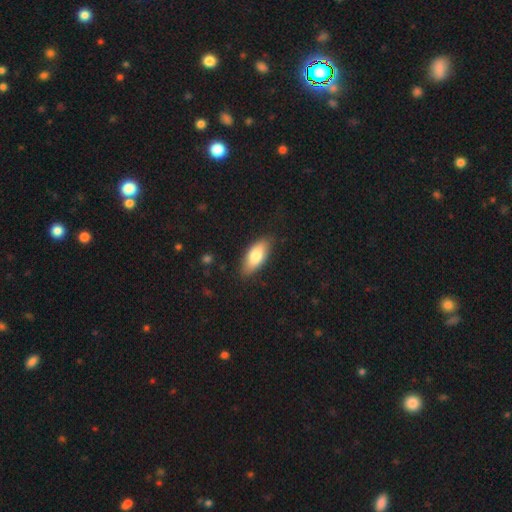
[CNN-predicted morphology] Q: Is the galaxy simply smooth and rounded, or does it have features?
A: smooth — 77%.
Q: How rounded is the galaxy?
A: in between — 84%.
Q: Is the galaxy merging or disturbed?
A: none — 83%.